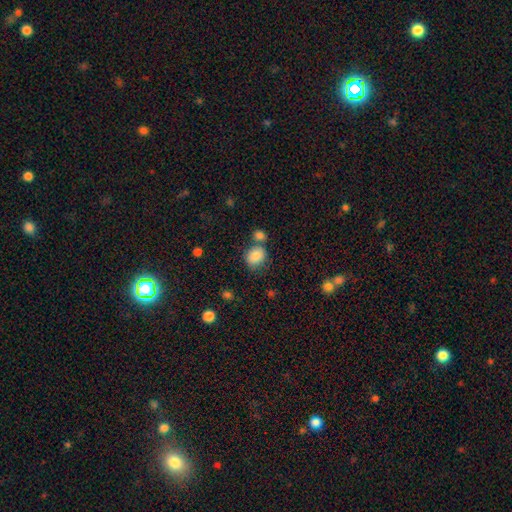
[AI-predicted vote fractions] Smooth or featured?
  - smooth: 85% *
  - star or artifact: 9%
  - featured or disk: 6%
How rounded?
  - round: 65% *
  - in between: 34%
  - cigar-shaped: 1%
Merging?
  - none: 59% *
  - merger: 22%
  - minor disturbance: 13%
  - major disturbance: 5%